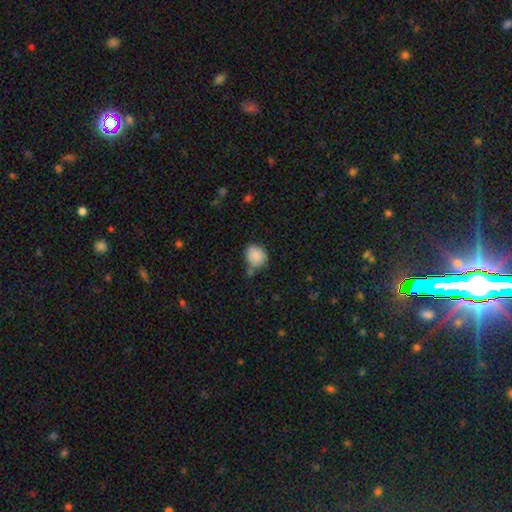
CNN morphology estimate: This appears to be a smooth galaxy with no disk features (87%) that is round (63%). Merging: none (58%).